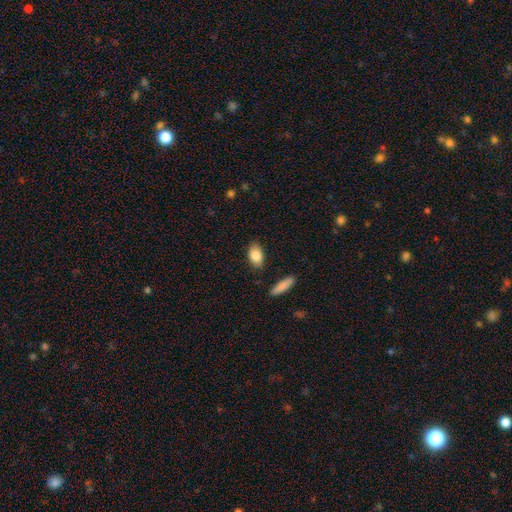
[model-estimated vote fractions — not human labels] A smooth galaxy with no disk features (86%) that is in between round and cigar-shaped (90%).

Vote fractions:
- Smooth or featured? smooth: 86% / featured or disk: 8% / star or artifact: 6%
- How rounded? in between: 90% / round: 6% / cigar-shaped: 4%
- Merging? none: 81% / minor disturbance: 14% / major disturbance: 3% / merger: 2%